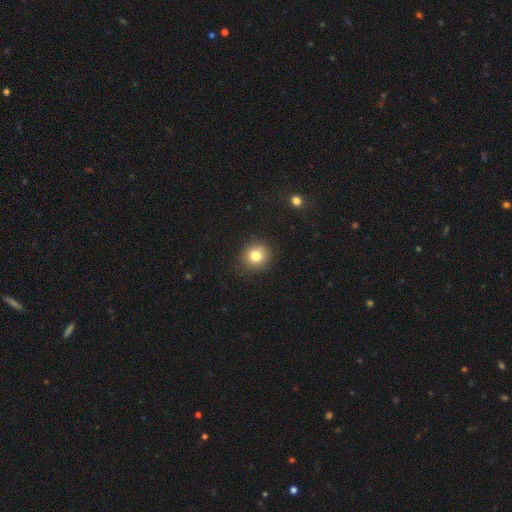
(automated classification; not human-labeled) smooth-or-featured: smooth: 81% | star or artifact: 12% | featured or disk: 7%
  how-rounded: round: 87% | in between: 12% | cigar-shaped: 1%
  merging: none: 87% | minor disturbance: 9% | major disturbance: 3% | merger: 1%